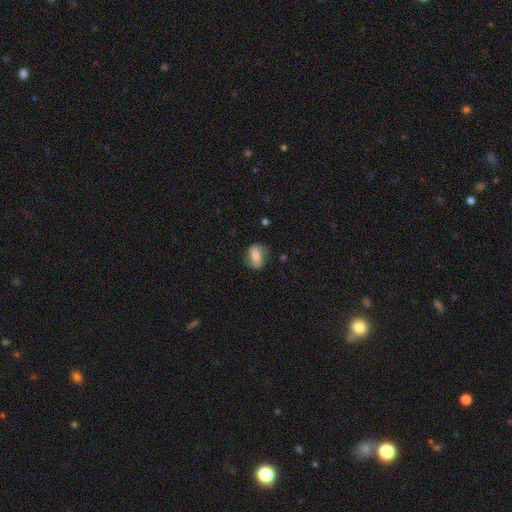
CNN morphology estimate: smooth 56%, featured or disk 36%, star or artifact 8%. Down the decision tree: how rounded — in between (75%); merging — none (70%).